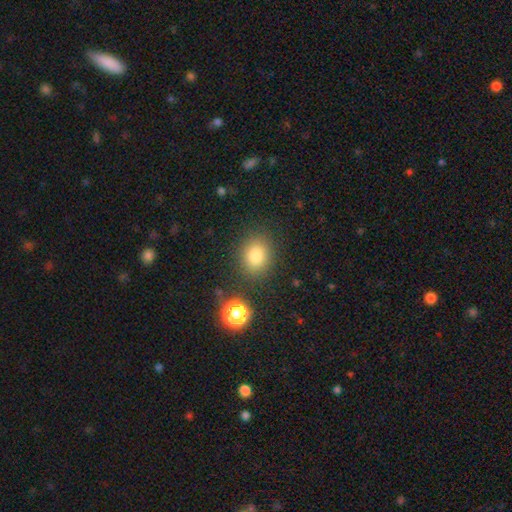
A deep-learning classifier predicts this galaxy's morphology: Q: Smooth or featured?
A: smooth (82%); runner-up: star or artifact (12%)
Q: How rounded?
A: round (54%); runner-up: in between (45%)
Q: Merging?
A: none (83%); runner-up: minor disturbance (10%)